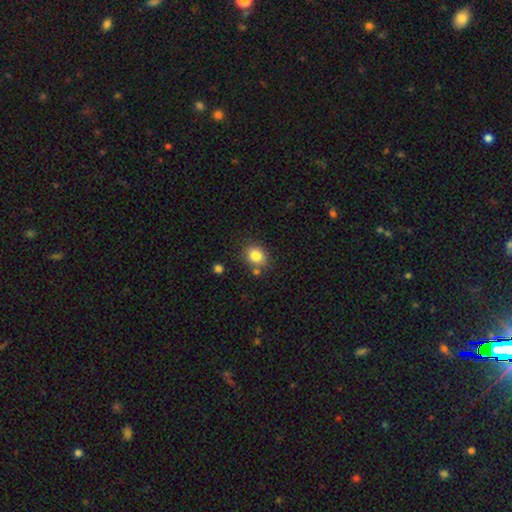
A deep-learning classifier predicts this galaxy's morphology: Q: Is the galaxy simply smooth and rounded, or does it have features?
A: smooth — 82%.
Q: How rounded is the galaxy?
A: round — 62%.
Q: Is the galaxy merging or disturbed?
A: none — 76%.